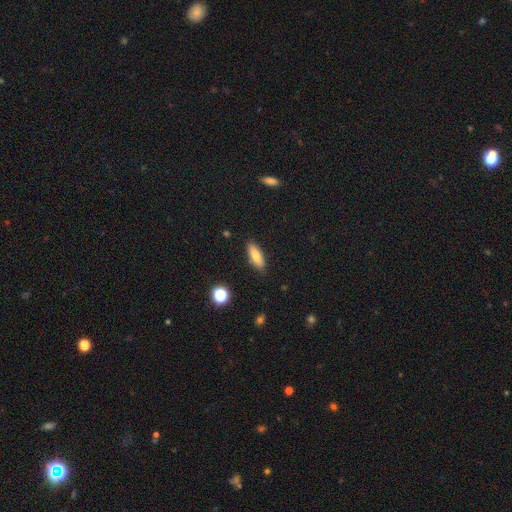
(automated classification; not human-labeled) The model was most divided on "how rounded": in between: 62%, cigar-shaped: 36%, round: 3%. More confident: merging — none (87%); smooth or featured — smooth (76%).